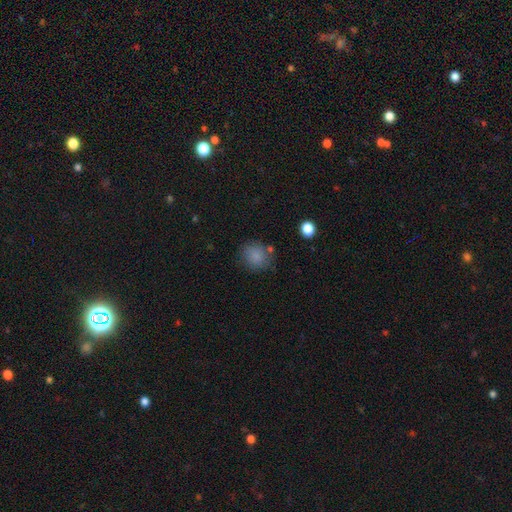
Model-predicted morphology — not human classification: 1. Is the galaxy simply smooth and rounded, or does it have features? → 84% smooth, 10% star or artifact, 6% featured or disk.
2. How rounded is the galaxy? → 78% round, 21% in between, 1% cigar-shaped.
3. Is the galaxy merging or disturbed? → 74% none, 16% minor disturbance, 5% major disturbance, 5% merger.